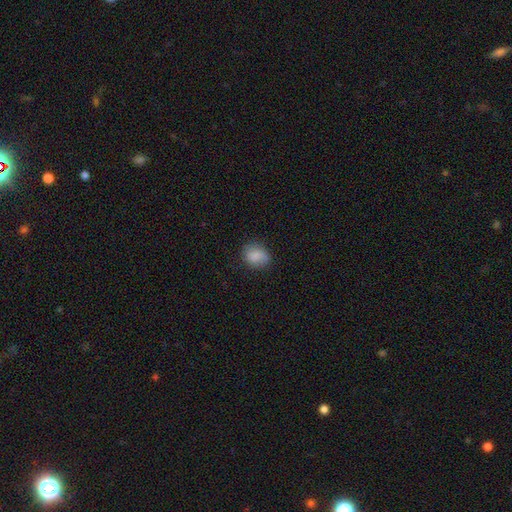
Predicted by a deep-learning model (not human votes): The model was most divided on "how rounded": in between: 51%, round: 48%, cigar-shaped: 1%. More confident: smooth or featured — smooth (84%); merging — none (75%).